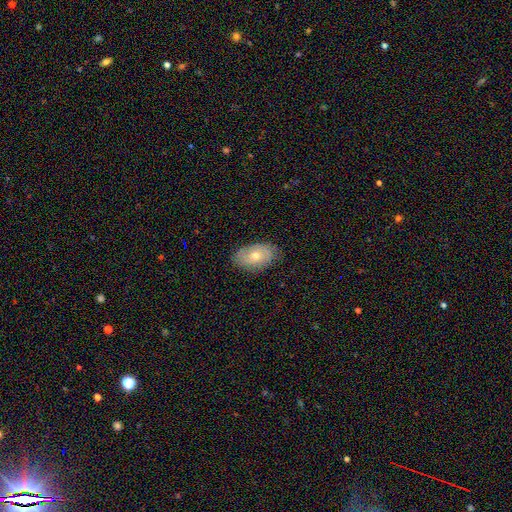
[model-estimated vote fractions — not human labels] The model was most divided on "smooth or featured": featured or disk: 48%, smooth: 44%, star or artifact: 9%. More confident: merging — none (80%).